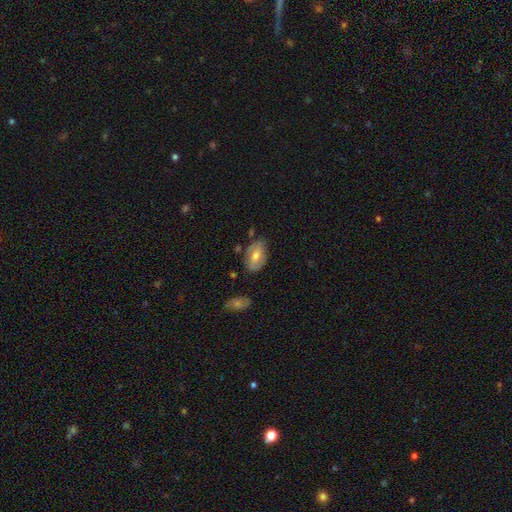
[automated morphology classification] Smooth or featured?
  - smooth: 52% *
  - featured or disk: 41%
  - star or artifact: 8%
How rounded?
  - in between: 89% *
  - round: 8%
  - cigar-shaped: 2%
Merging?
  - none: 71% *
  - minor disturbance: 20%
  - major disturbance: 5%
  - merger: 5%